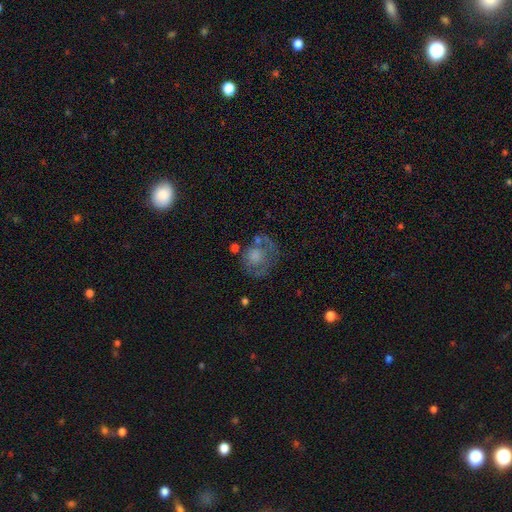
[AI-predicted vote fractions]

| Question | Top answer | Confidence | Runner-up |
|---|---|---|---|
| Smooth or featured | featured or disk | 49% | smooth (37%) |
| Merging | none | 55% | minor disturbance (20%) |